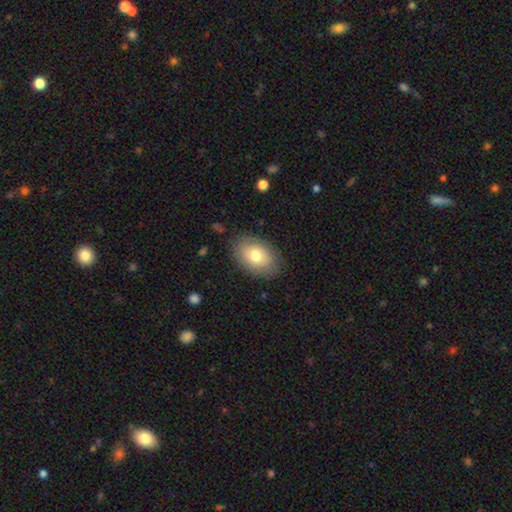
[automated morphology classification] smooth-or-featured: smooth: 76% | featured or disk: 17% | star or artifact: 7%
  how-rounded: in between: 85% | round: 14% | cigar-shaped: 1%
  merging: none: 84% | minor disturbance: 11% | major disturbance: 3% | merger: 1%